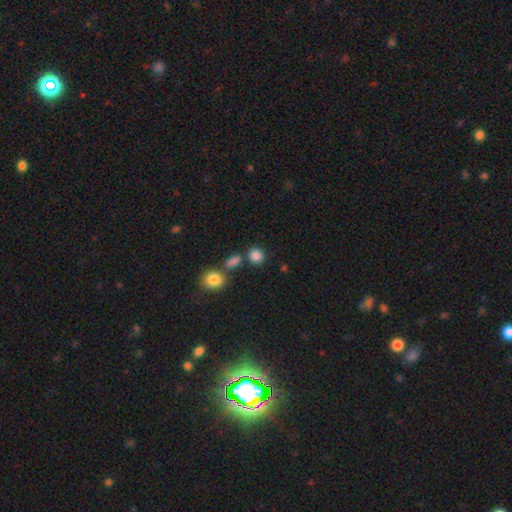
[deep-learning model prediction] The model was most divided on "merging": none: 72%, merger: 14%, minor disturbance: 10%, major disturbance: 4%. More confident: smooth or featured — smooth (84%); how rounded — round (81%).